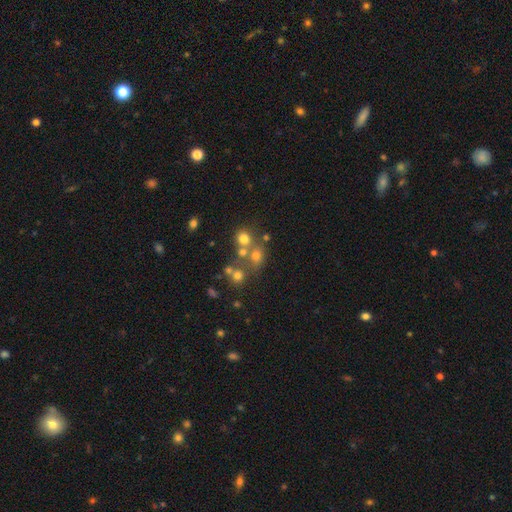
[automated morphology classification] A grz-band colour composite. It shows a smooth galaxy with no disk features (62%) that is round (74%). Merging: none (49%).